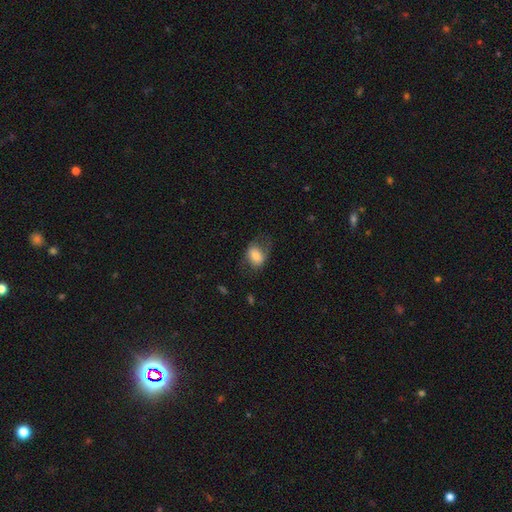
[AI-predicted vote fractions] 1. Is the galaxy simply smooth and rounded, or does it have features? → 72% smooth, 20% featured or disk, 8% star or artifact.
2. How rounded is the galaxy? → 73% in between, 26% round, 1% cigar-shaped.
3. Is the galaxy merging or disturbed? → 52% none, 26% minor disturbance, 21% major disturbance, 1% merger.